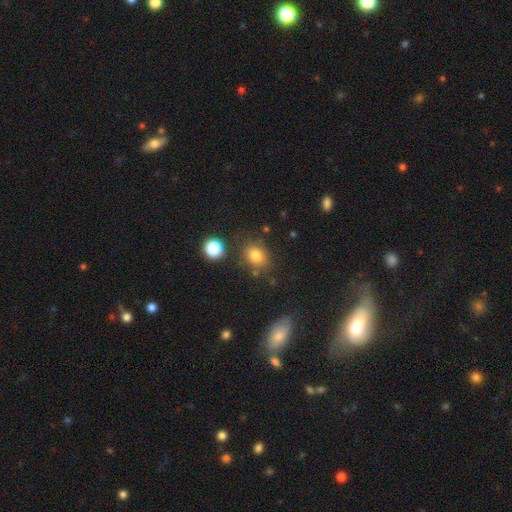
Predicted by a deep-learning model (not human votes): Morphology: type=smooth (79%); roundness=in between (50%); merging=none (76%).